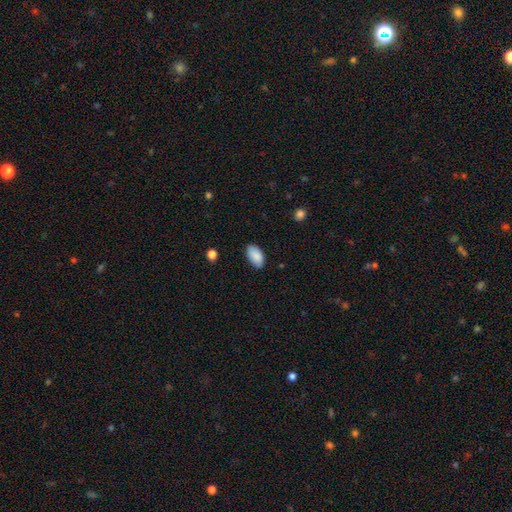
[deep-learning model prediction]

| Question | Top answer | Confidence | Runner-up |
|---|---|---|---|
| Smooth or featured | smooth | 89% | star or artifact (7%) |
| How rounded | in between | 95% | round (3%) |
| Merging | none | 84% | minor disturbance (13%) |